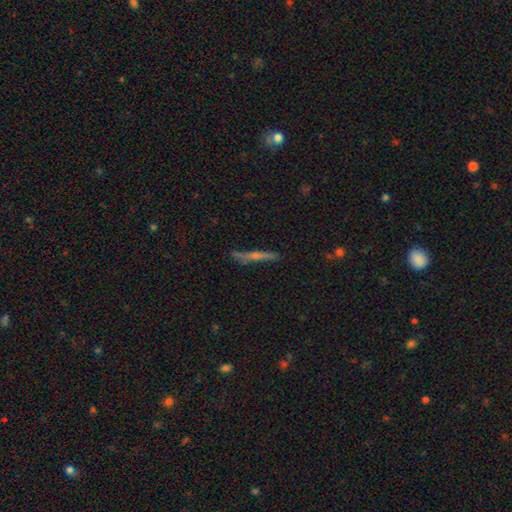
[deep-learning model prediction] smooth-or-featured: featured or disk: 46% | smooth: 34% | star or artifact: 21%
  merging: none: 81% | minor disturbance: 11% | major disturbance: 4% | merger: 4%